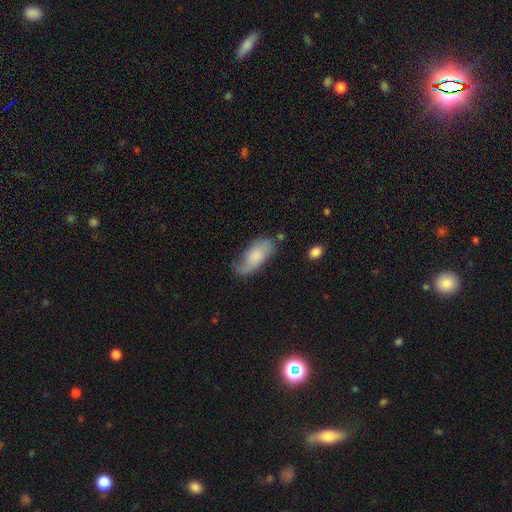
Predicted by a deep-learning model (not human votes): A smooth galaxy with no disk features (58%) that is in between round and cigar-shaped (87%).

Vote fractions:
- Smooth or featured? smooth: 58% / featured or disk: 35% / star or artifact: 7%
- How rounded? in between: 87% / cigar-shaped: 10% / round: 3%
- Merging? none: 53% / minor disturbance: 31% / major disturbance: 13% / merger: 4%